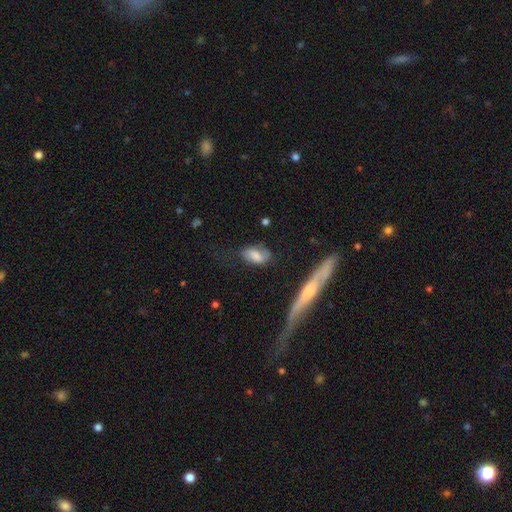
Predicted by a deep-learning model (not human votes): Smooth or featured? smooth (69%)
How rounded? in between (88%)
Merging? none (55%)